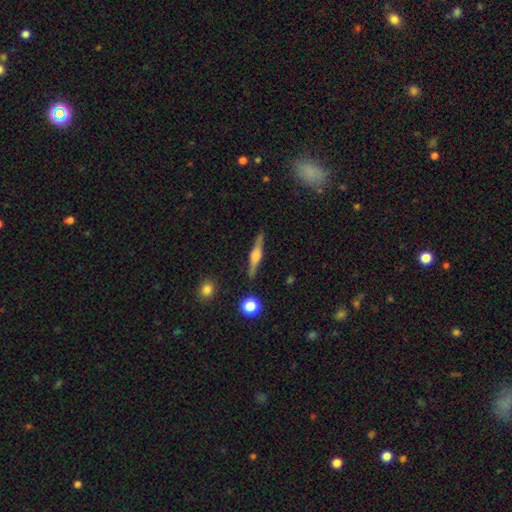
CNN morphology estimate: Smooth or featured?
  - featured or disk: 71% *
  - smooth: 22%
  - star or artifact: 7%
Edge-on disk?
  - yes: 98% *
  - no: 2%
Edge-on bulge?
  - rounded: 83% *
  - boxy: 14%
  - none: 3%
Merging?
  - none: 88% *
  - minor disturbance: 8%
  - major disturbance: 2%
  - merger: 2%